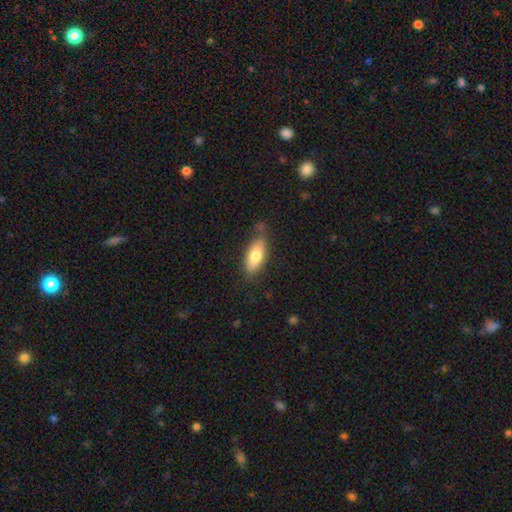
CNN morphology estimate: smooth_or_featured: smooth (p=0.75) [alt: featured or disk p=0.18]
how_rounded: in between (p=0.79) [alt: cigar-shaped p=0.19]
merging: none (p=0.72) [alt: minor disturbance p=0.20]